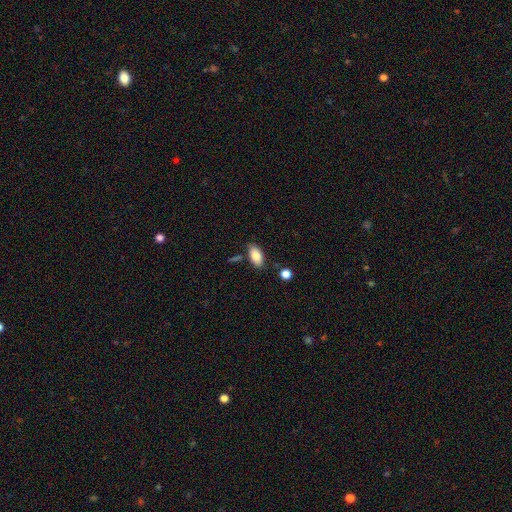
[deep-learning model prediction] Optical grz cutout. It shows a smooth galaxy with no disk features (84%) that is in between round and cigar-shaped (93%). Merging: none (78%).